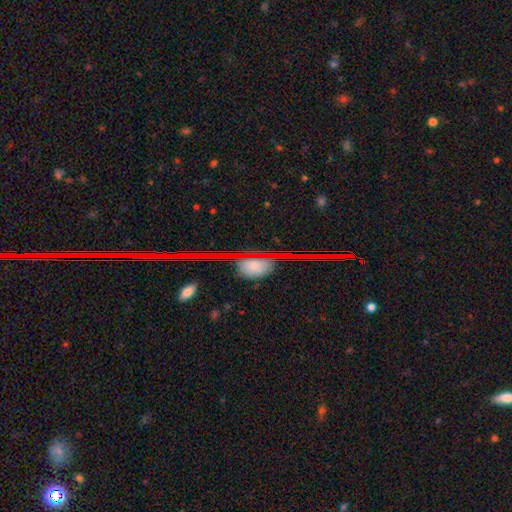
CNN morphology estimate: Smooth or featured? Predicted: star or artifact (p=0.81).